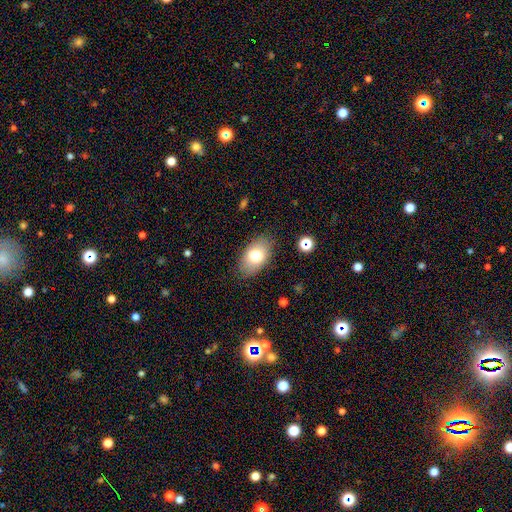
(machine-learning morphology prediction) A smooth galaxy with no disk features (76%) that is in between round and cigar-shaped (90%).

Vote fractions:
- Smooth or featured? smooth: 76% / featured or disk: 16% / star or artifact: 8%
- How rounded? in between: 90% / round: 9% / cigar-shaped: 1%
- Merging? none: 83% / minor disturbance: 12% / major disturbance: 3% / merger: 1%